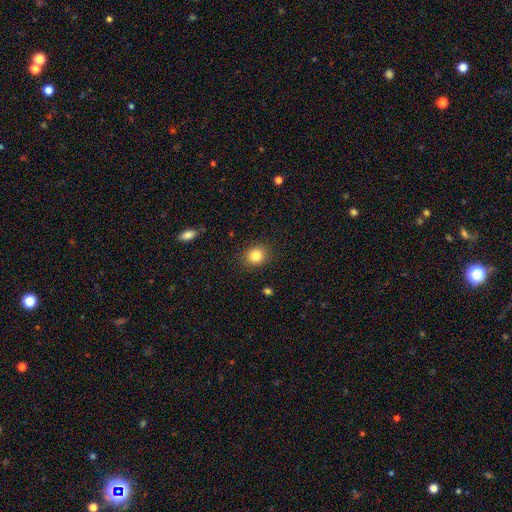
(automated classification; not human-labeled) Overall: smooth (83%). How rounded: round (77%). Merging: none (89%).